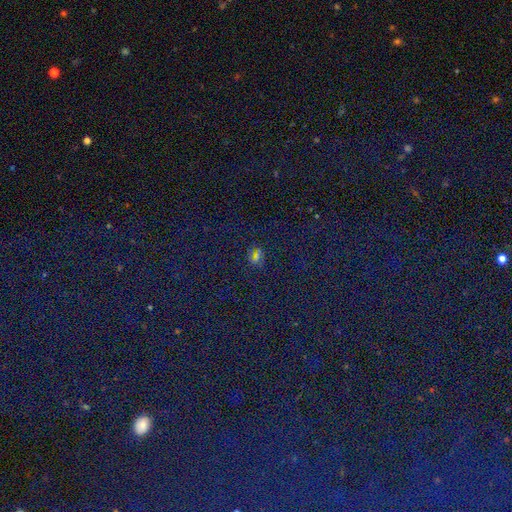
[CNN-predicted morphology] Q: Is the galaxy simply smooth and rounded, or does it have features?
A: star or artifact — 60%.